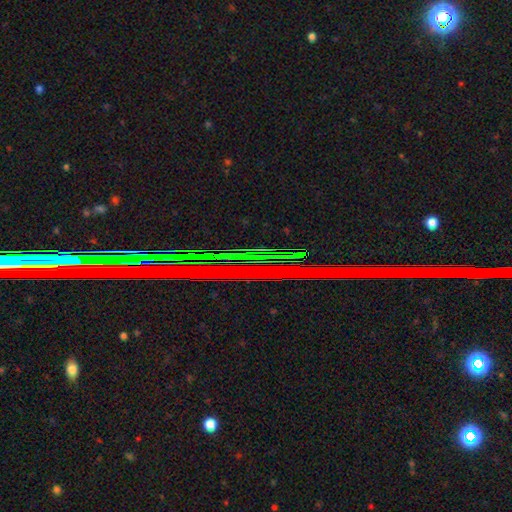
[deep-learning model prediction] Smooth or featured? Predicted: star or artifact (p=0.80).